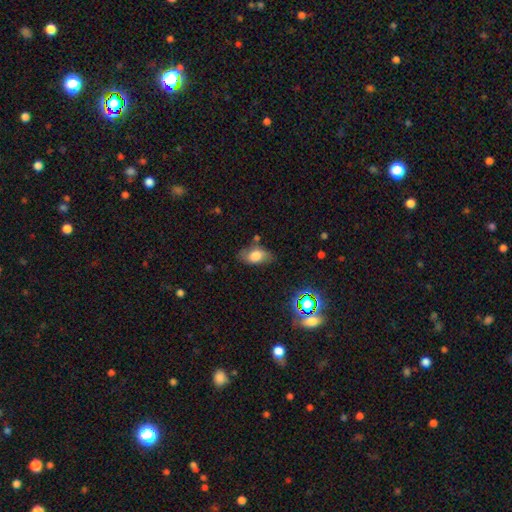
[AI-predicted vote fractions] This appears to be a smooth galaxy with no disk features (68%) that is in between round and cigar-shaped (89%). Merging: none (67%).